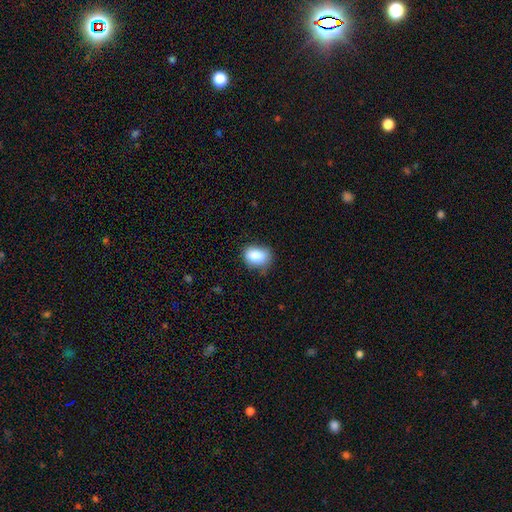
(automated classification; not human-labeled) This appears to be a smooth galaxy with no disk features (85%) that is in between round and cigar-shaped (69%). Merging: none (64%).